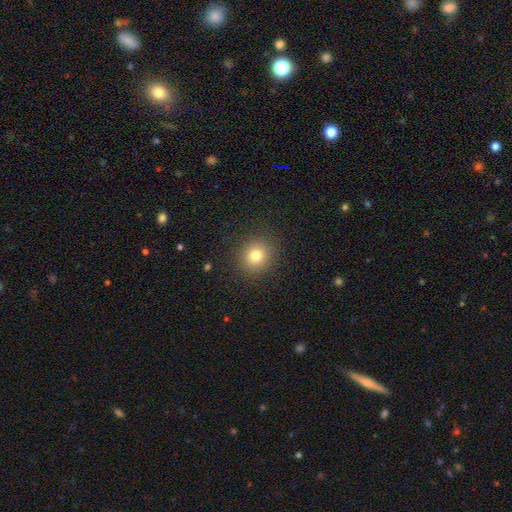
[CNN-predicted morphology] Smooth or featured: smooth — 78% (star or artifact — 14%)
How rounded: round — 89% (in between — 10%)
Merging: none — 90% (minor disturbance — 7%)